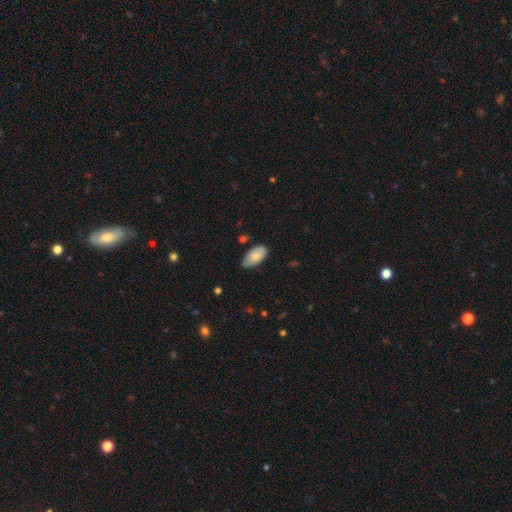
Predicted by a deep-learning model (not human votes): smooth-or-featured: smooth: 78% | featured or disk: 15% | star or artifact: 6%
  how-rounded: in between: 95% | cigar-shaped: 3% | round: 3%
  merging: none: 66% | minor disturbance: 28% | major disturbance: 4% | merger: 2%